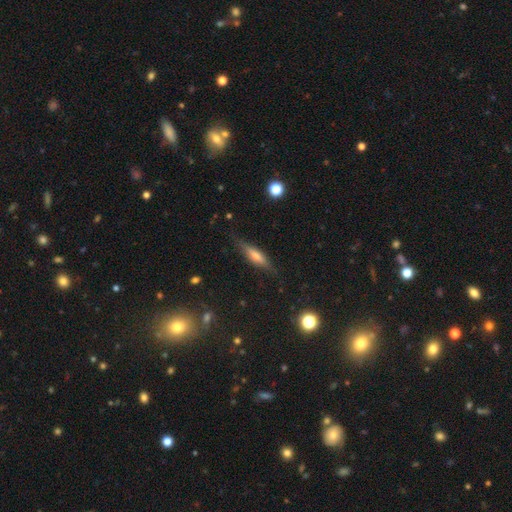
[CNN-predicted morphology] featured or disk 52%, smooth 38%, star or artifact 10%. Down the decision tree: edge-on disk — yes (91%); merging — none (82%).